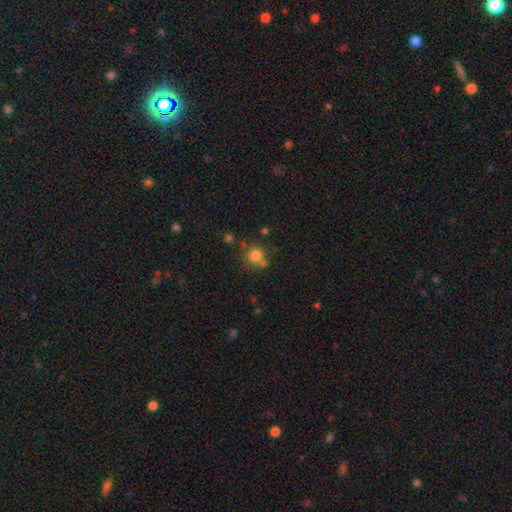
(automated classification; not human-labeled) Smooth or featured: smooth — 78% (star or artifact — 13%)
How rounded: round — 88% (in between — 11%)
Merging: none — 61% (merger — 19%)